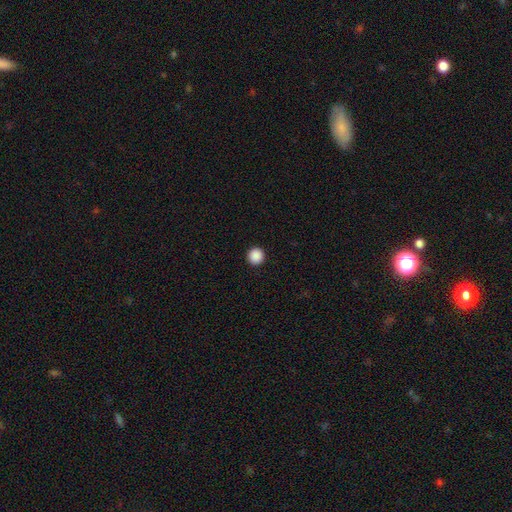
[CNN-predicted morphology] Smooth or featured: smooth — 89% (star or artifact — 9%)
How rounded: round — 96% (in between — 3%)
Merging: none — 94% (minor disturbance — 4%)